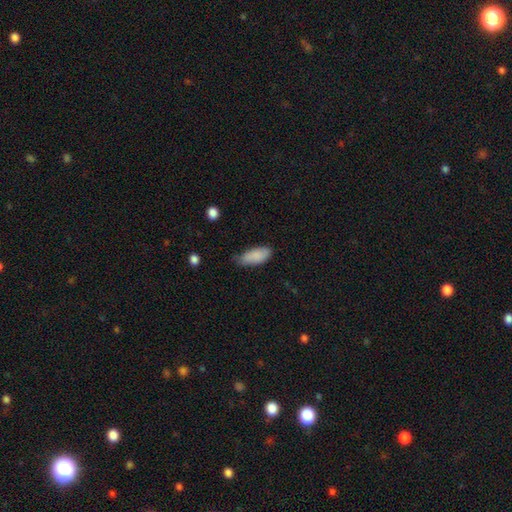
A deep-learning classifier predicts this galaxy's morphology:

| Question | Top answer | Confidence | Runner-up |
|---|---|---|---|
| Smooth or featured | smooth | 87% | featured or disk (6%) |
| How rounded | in between | 83% | cigar-shaped (15%) |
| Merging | none | 63% | minor disturbance (30%) |